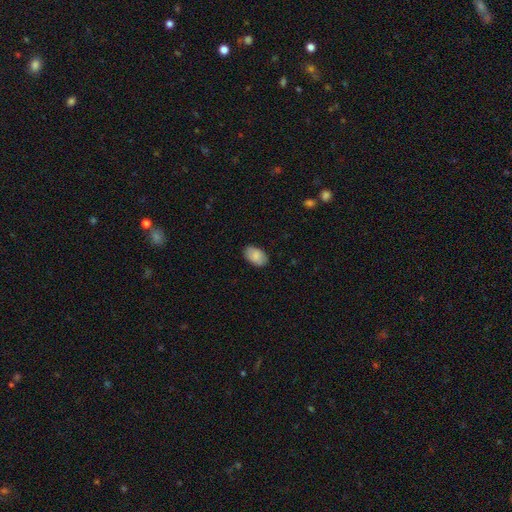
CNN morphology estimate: type=smooth (86%); roundness=in between (91%); merging=none (84%).